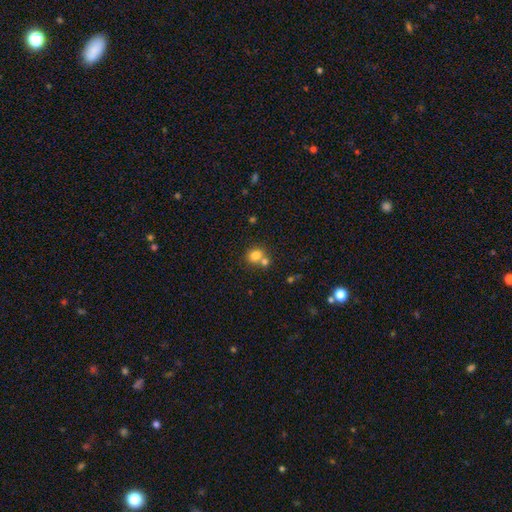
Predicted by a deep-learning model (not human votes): A smooth galaxy with no disk features (80%) that is round (73%). Merging: none (50%).